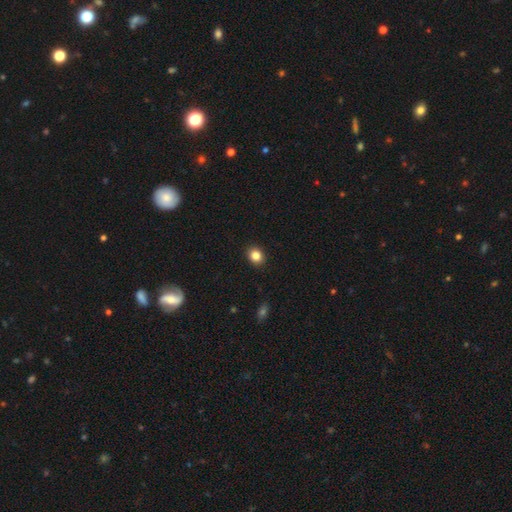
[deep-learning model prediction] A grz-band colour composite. It shows a smooth galaxy with no disk features (85%) that is round (60%). Merging: none (91%).